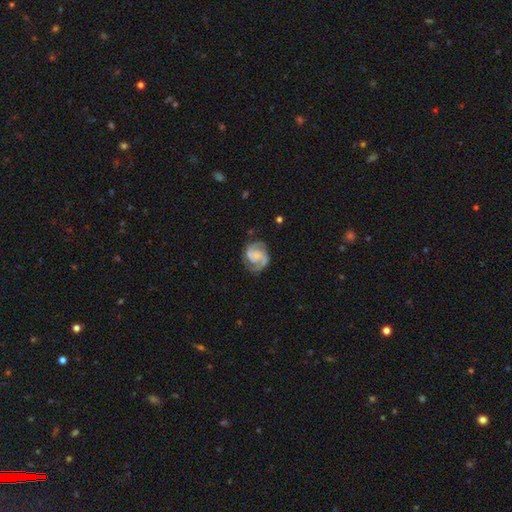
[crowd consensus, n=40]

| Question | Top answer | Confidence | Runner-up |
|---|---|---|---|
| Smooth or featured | featured or disk | 88% | smooth (8%) |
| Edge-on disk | no | 97% | yes (3%) |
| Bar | no | 62% | weak (29%) |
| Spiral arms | yes | 97% | no (3%) |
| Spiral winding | medium | 55% | tight (30%) |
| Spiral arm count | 2 | 97% | can't tell (3%) |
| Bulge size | small | 71% | moderate (21%) |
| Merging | none | 82% | minor disturbance (16%) |